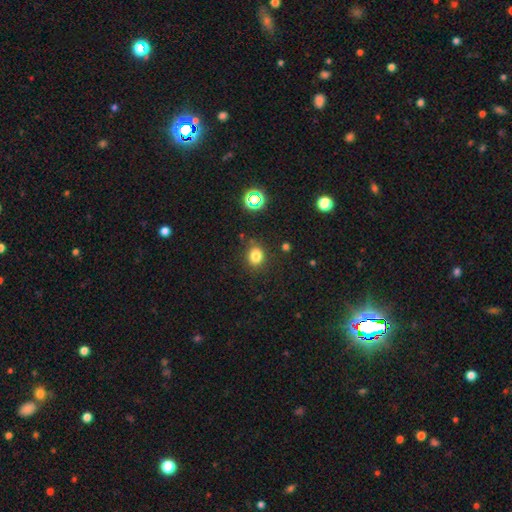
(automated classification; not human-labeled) smooth_or_featured: smooth (p=0.78) [alt: star or artifact p=0.15]
how_rounded: round (p=0.66) [alt: in between p=0.33]
merging: none (p=0.81) [alt: minor disturbance p=0.12]